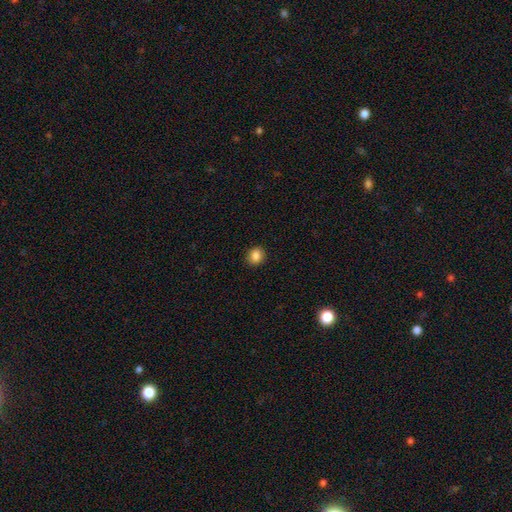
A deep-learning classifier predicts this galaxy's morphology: A smooth galaxy with no disk features (86%) that is round (73%).

Vote fractions:
- Smooth or featured? smooth: 86% / star or artifact: 10% / featured or disk: 4%
- How rounded? round: 73% / in between: 26% / cigar-shaped: 1%
- Merging? none: 91% / minor disturbance: 6% / major disturbance: 2% / merger: 1%